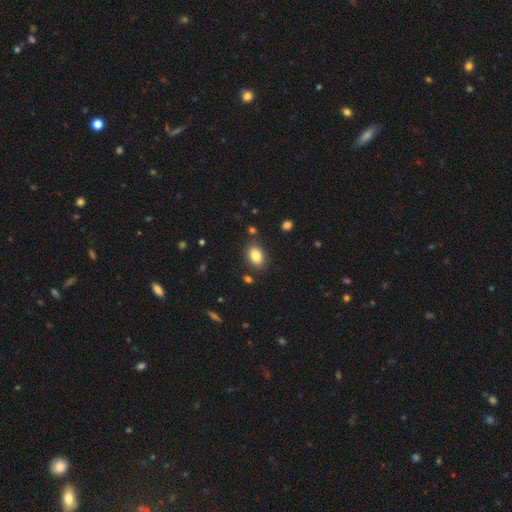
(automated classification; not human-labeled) Smooth or featured: smooth — 84% (star or artifact — 9%)
How rounded: in between — 76% (round — 23%)
Merging: none — 85% (minor disturbance — 9%)